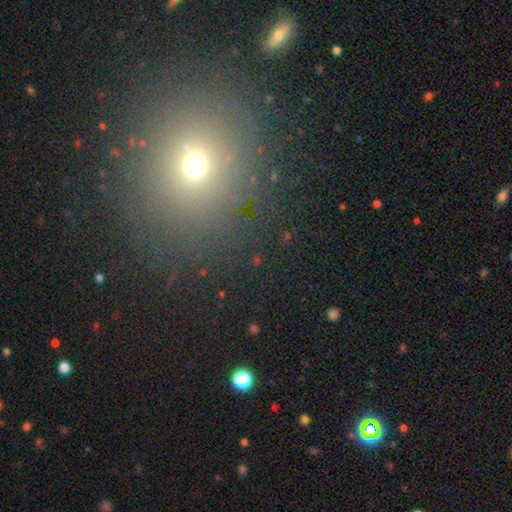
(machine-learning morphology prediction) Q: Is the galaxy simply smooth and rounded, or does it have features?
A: smooth — 53%.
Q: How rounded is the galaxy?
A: round — 84%.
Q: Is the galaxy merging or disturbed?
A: none — 88%.